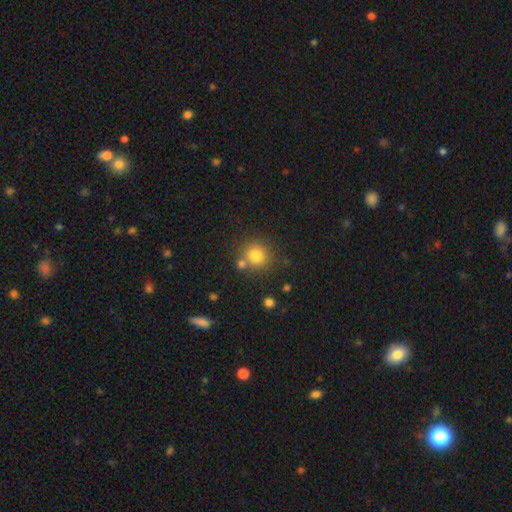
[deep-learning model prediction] Smooth or featured? smooth (80%)
How rounded? round (91%)
Merging? none (70%)